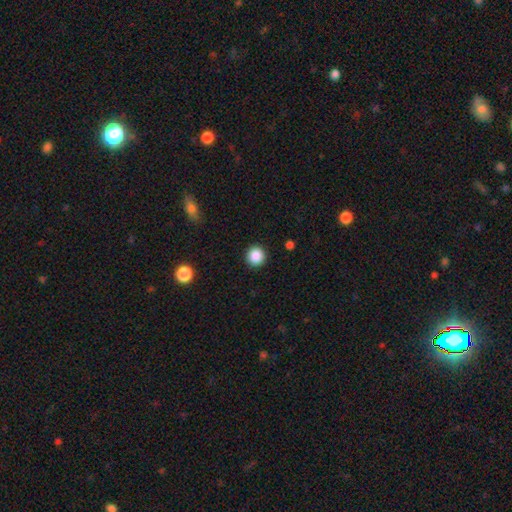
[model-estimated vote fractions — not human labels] Smooth or featured: smooth — 88% (star or artifact — 9%)
How rounded: round — 95% (in between — 4%)
Merging: none — 92% (minor disturbance — 5%)